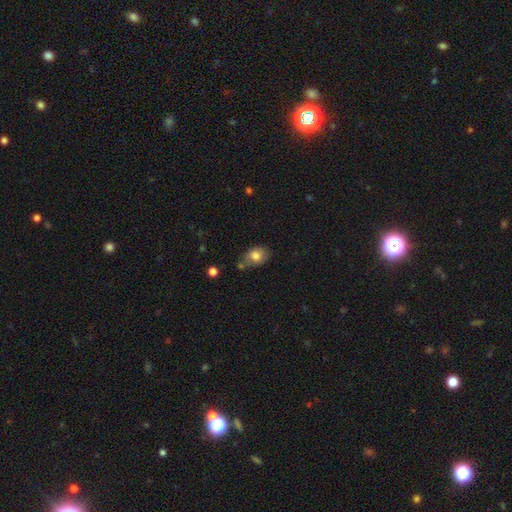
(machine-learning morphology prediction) type=smooth (78%); roundness=in between (73%); merging=none (54%).